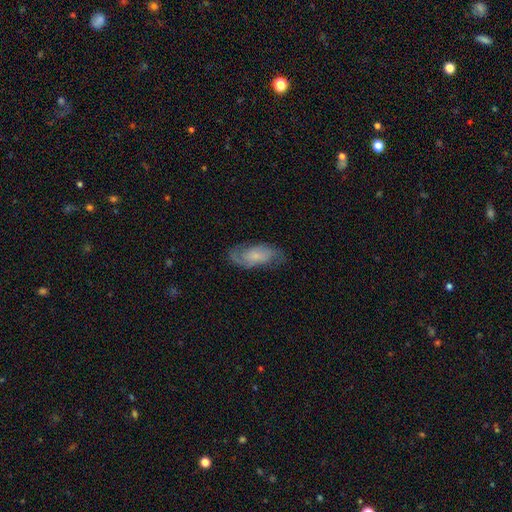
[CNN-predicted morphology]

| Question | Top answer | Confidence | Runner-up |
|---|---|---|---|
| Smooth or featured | featured or disk | 62% | smooth (31%) |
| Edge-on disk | no | 93% | yes (7%) |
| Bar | no | 62% | weak (31%) |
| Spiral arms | yes | 90% | no (10%) |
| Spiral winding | medium | 45% | tight (33%) |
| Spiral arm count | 2 | 76% | can't tell (14%) |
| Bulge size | small | 57% | moderate (23%) |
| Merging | none | 72% | minor disturbance (19%) |